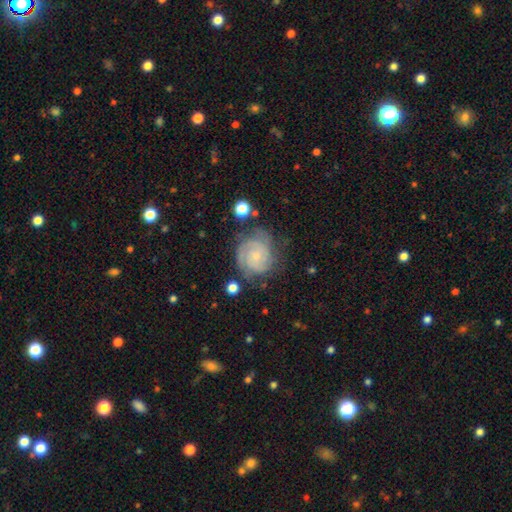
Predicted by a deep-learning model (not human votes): The model was most divided on "spiral arm count": 3: 28%, 2: 27%, can't tell: 26%, 4: 9%, 1: 5%, more than 4: 5%. More confident: edge-on disk — no (98%); spiral arms — yes (95%); smooth or featured — featured or disk (79%); bar — no (75%); bulge size — small (75%); spiral winding — tight (69%); merging — none (67%).